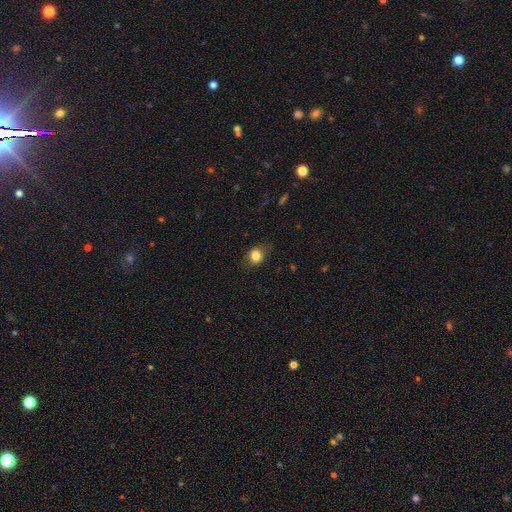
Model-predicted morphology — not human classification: Smooth or featured: smooth — 81% (featured or disk — 10%)
How rounded: in between — 50% (round — 49%)
Merging: none — 71% (minor disturbance — 21%)